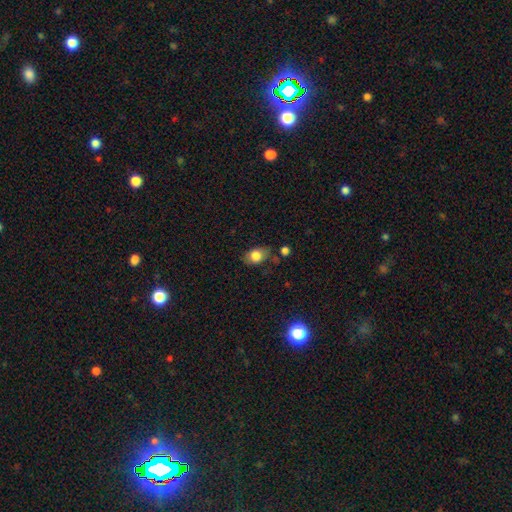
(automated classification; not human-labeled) Smooth or featured?
  - smooth: 79% *
  - featured or disk: 12%
  - star or artifact: 9%
How rounded?
  - in between: 74% *
  - round: 24%
  - cigar-shaped: 2%
Merging?
  - none: 64% *
  - minor disturbance: 24%
  - major disturbance: 7%
  - merger: 6%